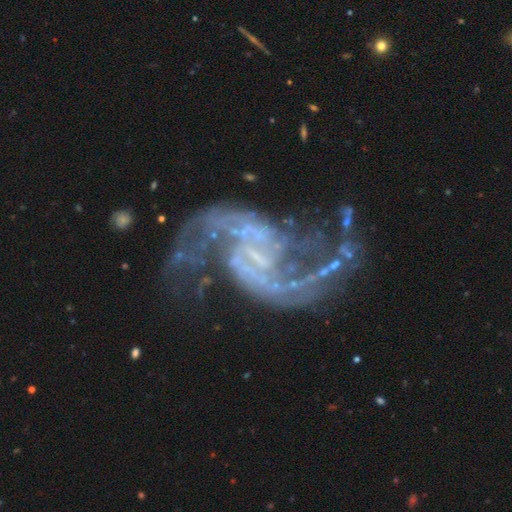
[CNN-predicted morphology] Q: Smooth or featured?
A: featured or disk (91%); runner-up: star or artifact (6%)
Q: Edge-on disk?
A: no (98%); runner-up: yes (2%)
Q: Bar?
A: weak (44%); runner-up: no (36%)
Q: Spiral arms?
A: yes (95%); runner-up: no (5%)
Q: Spiral winding?
A: loose (59%); runner-up: medium (32%)
Q: Spiral arm count?
A: 2 (88%); runner-up: can't tell (4%)
Q: Bulge size?
A: none (58%); runner-up: small (32%)
Q: Merging?
A: none (50%); runner-up: major disturbance (26%)